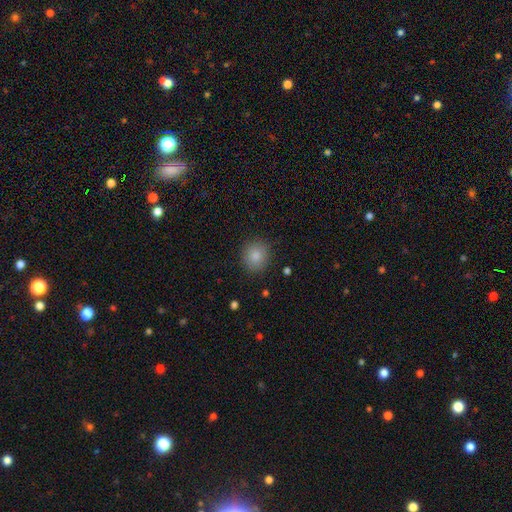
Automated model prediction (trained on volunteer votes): Smooth or featured?
  - smooth: 85% *
  - star or artifact: 9%
  - featured or disk: 6%
How rounded?
  - round: 82% *
  - in between: 17%
  - cigar-shaped: 1%
Merging?
  - none: 87% *
  - minor disturbance: 9%
  - major disturbance: 3%
  - merger: 1%